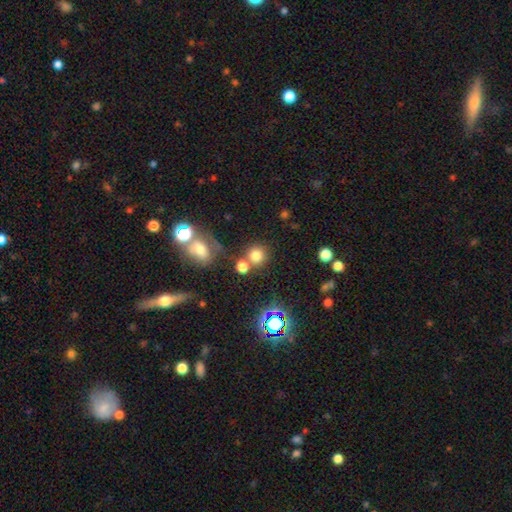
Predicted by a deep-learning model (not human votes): A smooth galaxy with no disk features (74%) that is round (89%). Merging: none (68%).